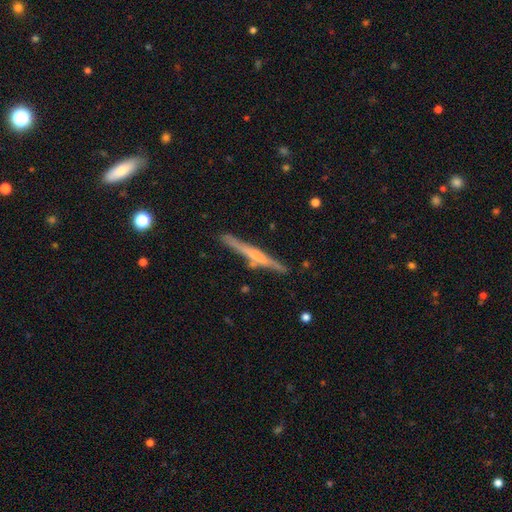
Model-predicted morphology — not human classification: This appears to be a featured or disk galaxy (62%) viewed edge-on (97%) with a rounded central bulge (45%). Merging: none (84%).